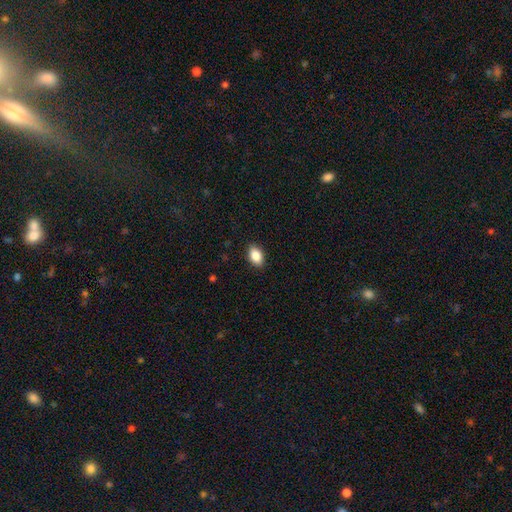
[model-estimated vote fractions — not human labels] Smooth or featured? smooth (87%)
How rounded? in between (88%)
Merging? none (89%)